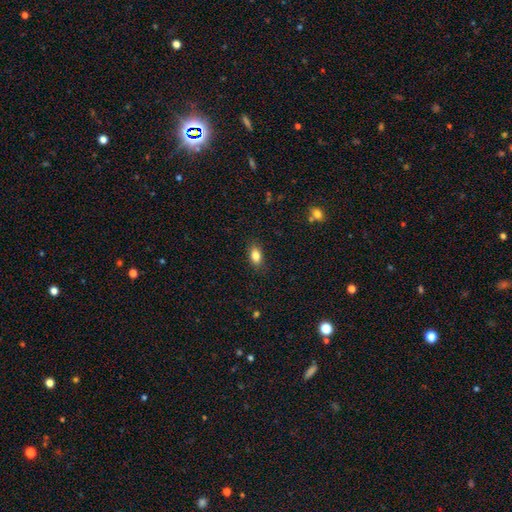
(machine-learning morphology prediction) Smooth or featured? smooth (84%)
How rounded? in between (87%)
Merging? none (86%)